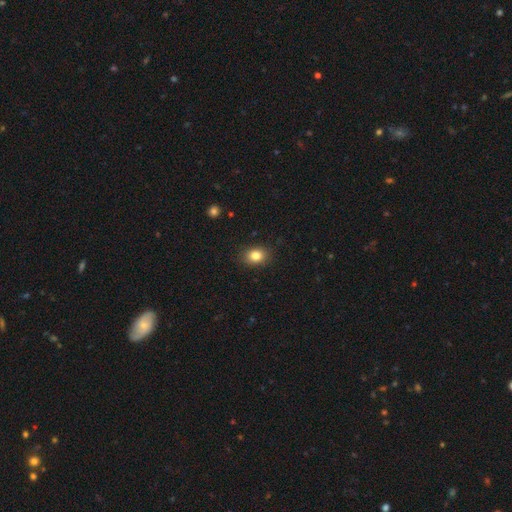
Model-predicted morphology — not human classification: A smooth galaxy with no disk features (84%) that is in between round and cigar-shaped (58%).

Vote fractions:
- Smooth or featured? smooth: 84% / star or artifact: 10% / featured or disk: 6%
- How rounded? in between: 58% / round: 41% / cigar-shaped: 1%
- Merging? none: 86% / minor disturbance: 10% / major disturbance: 3% / merger: 1%